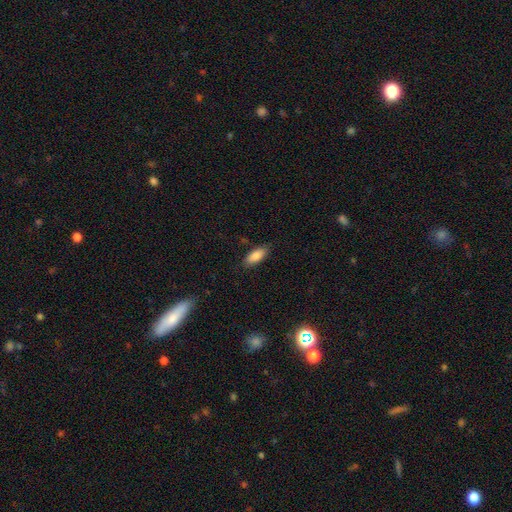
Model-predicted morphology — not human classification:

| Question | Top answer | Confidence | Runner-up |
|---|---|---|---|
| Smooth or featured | smooth | 83% | featured or disk (10%) |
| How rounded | in between | 83% | cigar-shaped (15%) |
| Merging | none | 82% | minor disturbance (14%) |